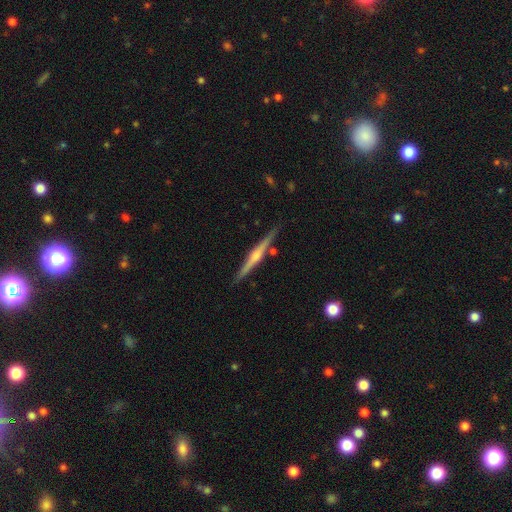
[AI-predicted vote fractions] A featured or disk galaxy (79%) viewed edge-on (98%) with a rounded central bulge (86%). Merging: none (87%).